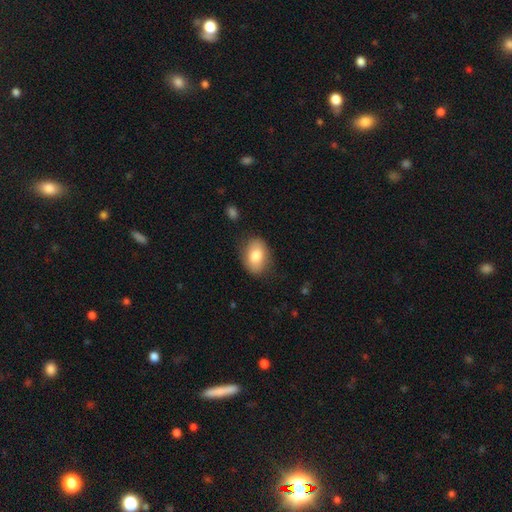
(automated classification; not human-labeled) Q: Smooth or featured?
A: smooth (81%); runner-up: featured or disk (13%)
Q: How rounded?
A: in between (81%); runner-up: round (18%)
Q: Merging?
A: none (78%); runner-up: minor disturbance (16%)